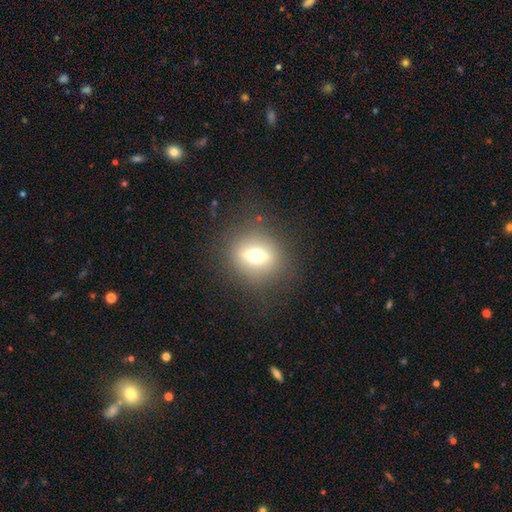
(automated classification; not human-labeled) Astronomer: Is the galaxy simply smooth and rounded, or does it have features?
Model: featured or disk — 56% (runner-up: smooth, 33%).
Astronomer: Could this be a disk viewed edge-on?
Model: yes — 63%.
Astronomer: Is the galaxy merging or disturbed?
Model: none — 82%.